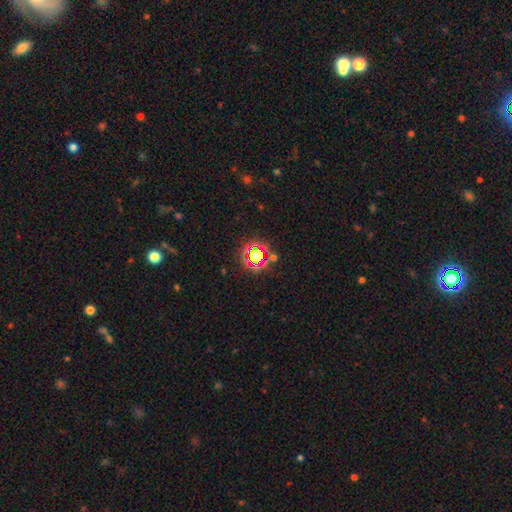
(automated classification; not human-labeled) Smooth or featured? Predicted: star or artifact (p=0.62).